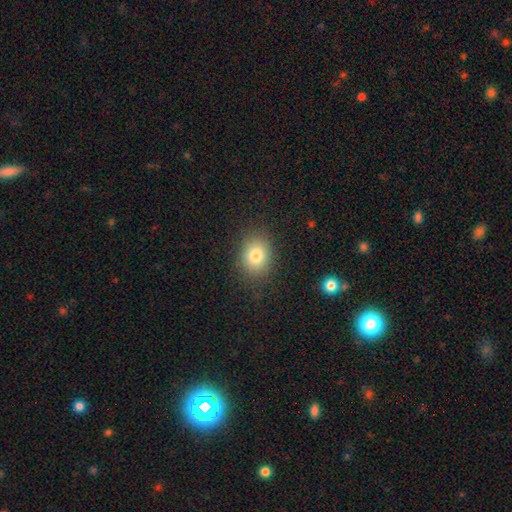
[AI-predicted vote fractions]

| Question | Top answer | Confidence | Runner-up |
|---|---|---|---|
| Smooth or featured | smooth | 80% | star or artifact (11%) |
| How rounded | in between | 53% | round (46%) |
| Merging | none | 86% | minor disturbance (10%) |